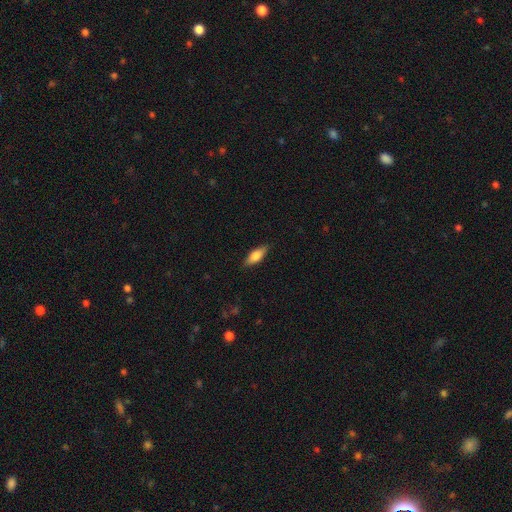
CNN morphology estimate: The model was most divided on "how rounded": in between: 71%, cigar-shaped: 26%, round: 3%. More confident: merging — none (84%); smooth or featured — smooth (71%).